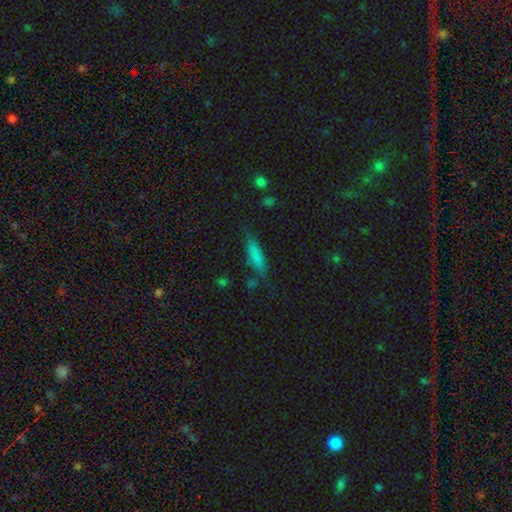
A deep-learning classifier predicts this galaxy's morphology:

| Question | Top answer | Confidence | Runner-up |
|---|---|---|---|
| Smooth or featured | smooth | 79% | featured or disk (12%) |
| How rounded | cigar-shaped | 68% | in between (29%) |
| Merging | none | 72% | minor disturbance (20%) |